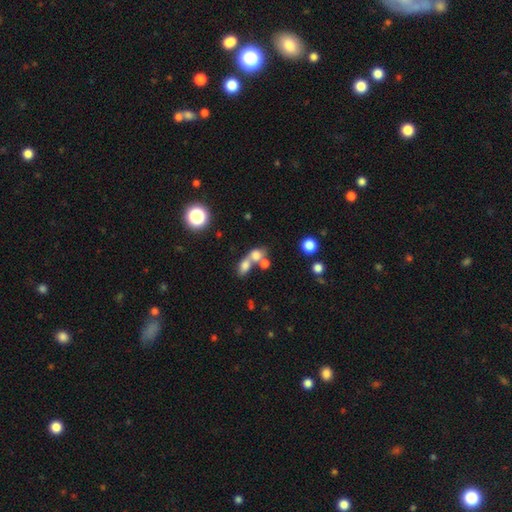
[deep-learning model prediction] This is likely a smooth galaxy (71%). How rounded: possibly in between (52%). Merging: likely merger (63%).